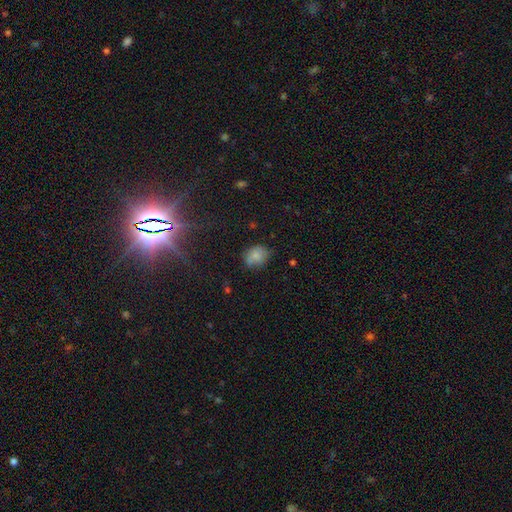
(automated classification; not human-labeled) This appears to be a smooth galaxy with no disk features (77%) that is in between round and cigar-shaped (51%). Merging: none (60%).